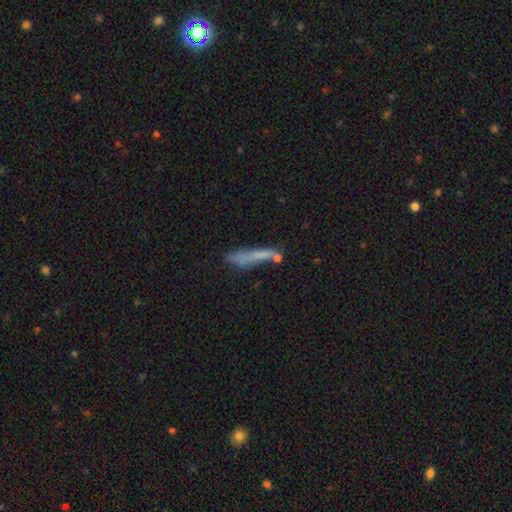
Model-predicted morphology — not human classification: smooth_or_featured: smooth (p=0.62) [alt: featured or disk p=0.27]
how_rounded: cigar-shaped (p=0.89) [alt: in between p=0.09]
merging: none (p=0.55) [alt: minor disturbance p=0.20]